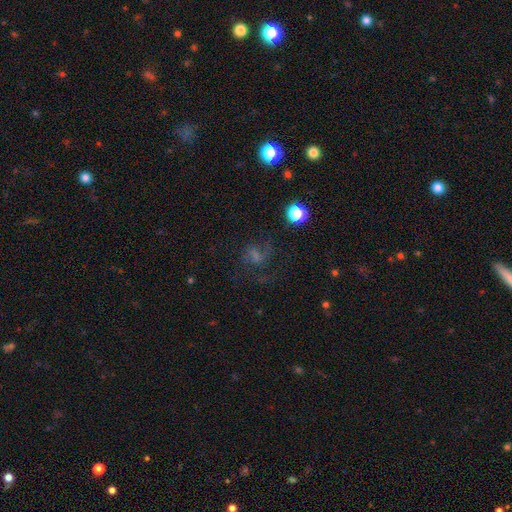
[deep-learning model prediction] A featured or disk galaxy (38%). Merging: none (54%).